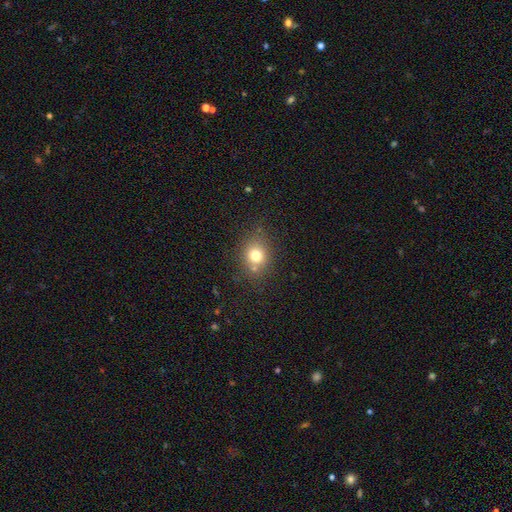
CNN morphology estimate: Q: Smooth or featured?
A: smooth (75%); runner-up: star or artifact (14%)
Q: How rounded?
A: round (66%); runner-up: in between (33%)
Q: Merging?
A: none (74%); runner-up: minor disturbance (13%)